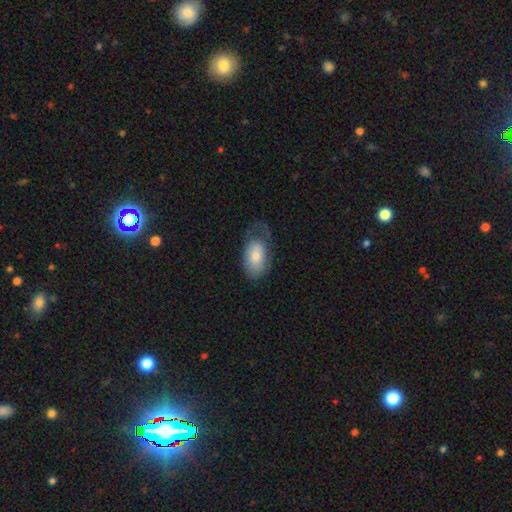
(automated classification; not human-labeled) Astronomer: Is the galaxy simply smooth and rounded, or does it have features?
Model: smooth — 70%.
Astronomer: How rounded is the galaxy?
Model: in between — 93%.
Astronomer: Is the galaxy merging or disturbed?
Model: none — 35%, tied with major disturbance at 35%.